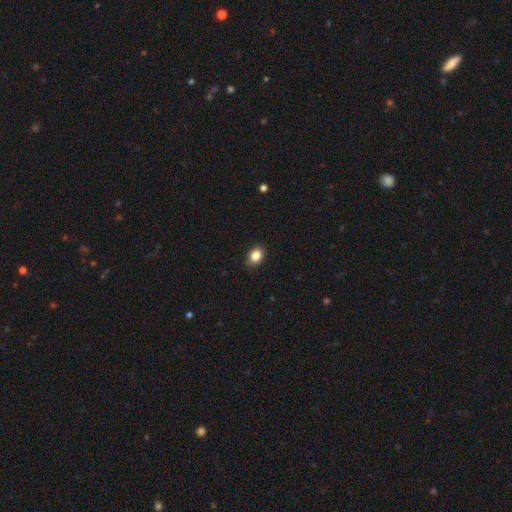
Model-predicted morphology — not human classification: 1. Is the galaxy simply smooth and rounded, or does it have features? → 86% smooth, 10% star or artifact, 5% featured or disk.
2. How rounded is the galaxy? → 59% in between, 40% round, 1% cigar-shaped.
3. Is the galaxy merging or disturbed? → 83% none, 14% minor disturbance, 2% major disturbance, 1% merger.